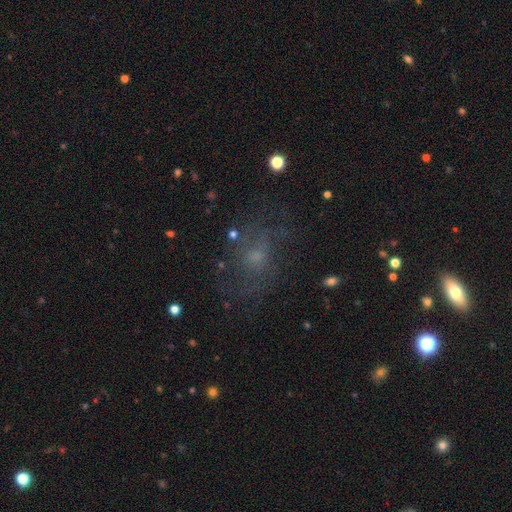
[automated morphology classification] Smooth or featured? featured or disk (40%)
Merging? none (62%)